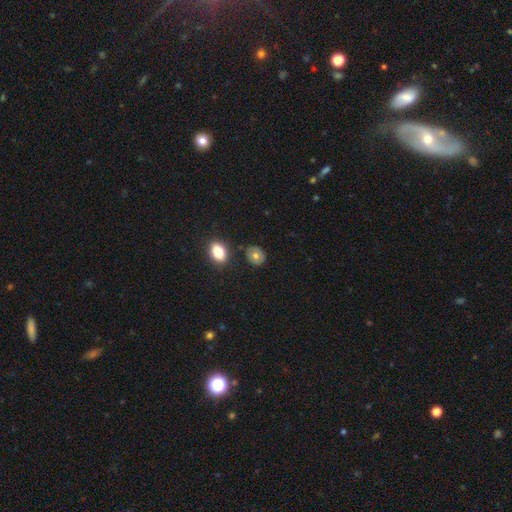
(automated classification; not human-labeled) smooth-or-featured: smooth: 70% | featured or disk: 18% | star or artifact: 12%
  how-rounded: round: 63% | in between: 36% | cigar-shaped: 1%
  merging: none: 77% | minor disturbance: 15% | merger: 4% | major disturbance: 4%